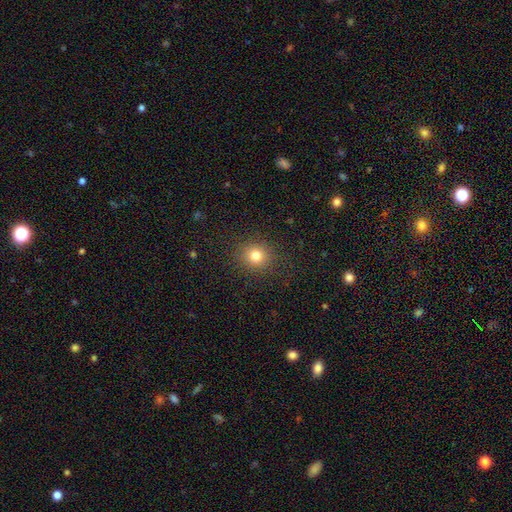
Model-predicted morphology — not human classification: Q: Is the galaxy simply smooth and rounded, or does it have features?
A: smooth — 79%.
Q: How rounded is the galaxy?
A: round — 86%.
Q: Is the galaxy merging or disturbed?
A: none — 89%.